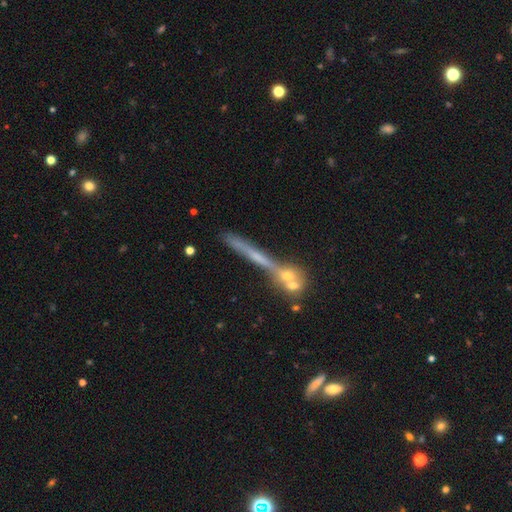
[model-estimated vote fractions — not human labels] A featured or disk galaxy (50%) viewed edge-on (85%). Merging: none (55%).